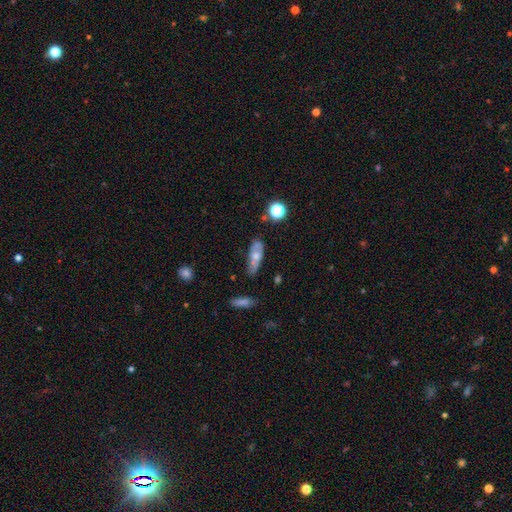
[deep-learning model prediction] A smooth galaxy with no disk features (55%) that is in between round and cigar-shaped (62%).

Vote fractions:
- Smooth or featured? smooth: 55% / featured or disk: 36% / star or artifact: 9%
- How rounded? in between: 62% / cigar-shaped: 34% / round: 4%
- Merging? none: 59% / minor disturbance: 26% / major disturbance: 9% / merger: 6%